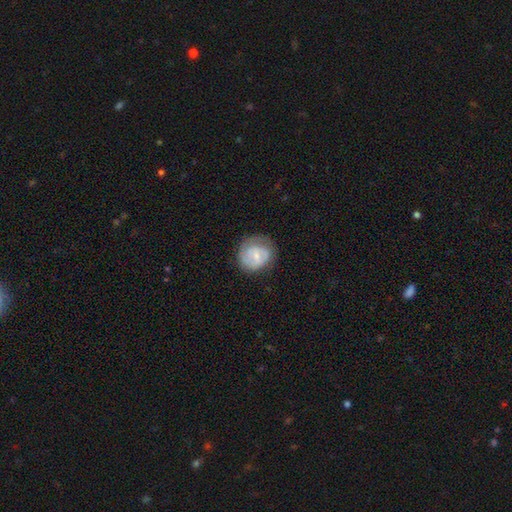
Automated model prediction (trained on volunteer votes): featured or disk 50%, smooth 44%, star or artifact 6%. Down the decision tree: merging — none (63%).